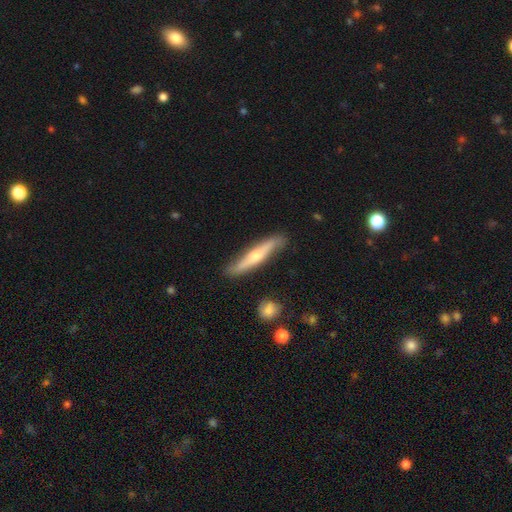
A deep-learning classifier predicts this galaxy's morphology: The model was most divided on "smooth or featured": featured or disk: 60%, smooth: 35%, star or artifact: 5%. More confident: edge-on disk — yes (83%); merging — none (82%).